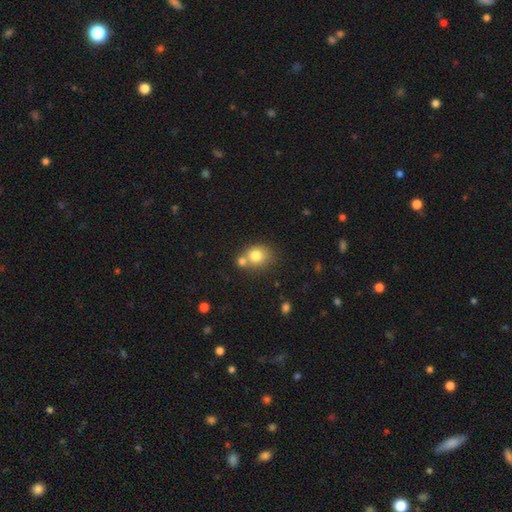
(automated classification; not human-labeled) This appears to be a smooth galaxy with no disk features (78%) that is round (71%). Merging: none (48%).